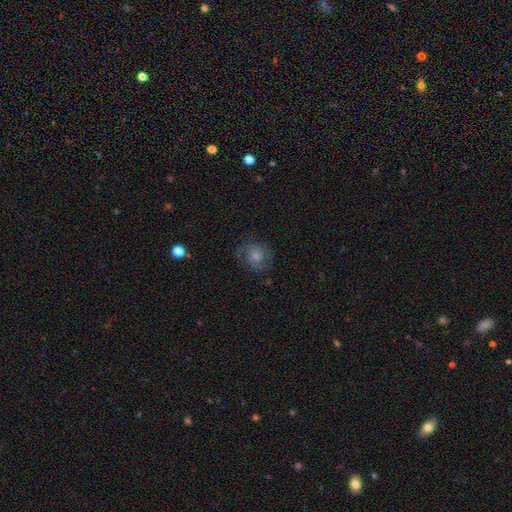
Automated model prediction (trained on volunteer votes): Q: Smooth or featured?
A: featured or disk (49%); runner-up: smooth (42%)
Q: Merging?
A: none (69%); runner-up: minor disturbance (19%)